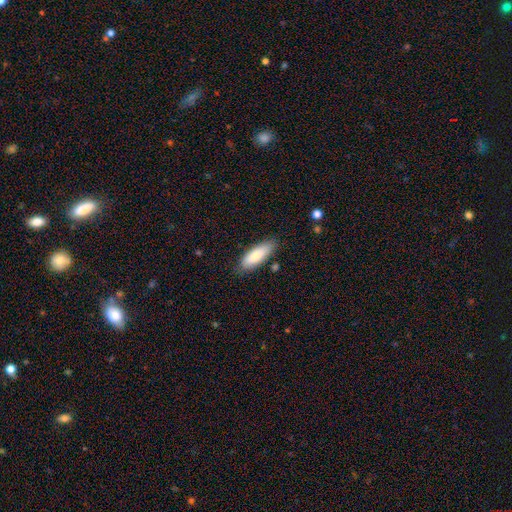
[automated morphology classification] Smooth or featured? smooth (79%)
How rounded? in between (66%)
Merging? none (81%)